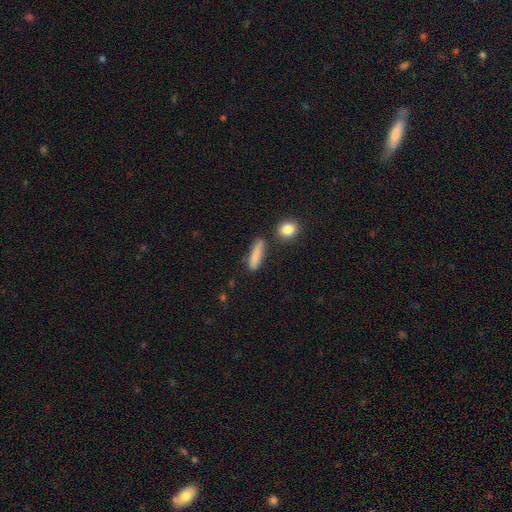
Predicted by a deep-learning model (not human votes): A smooth galaxy with no disk features (84%) that is cigar-shaped (73%). Merging: none (78%).